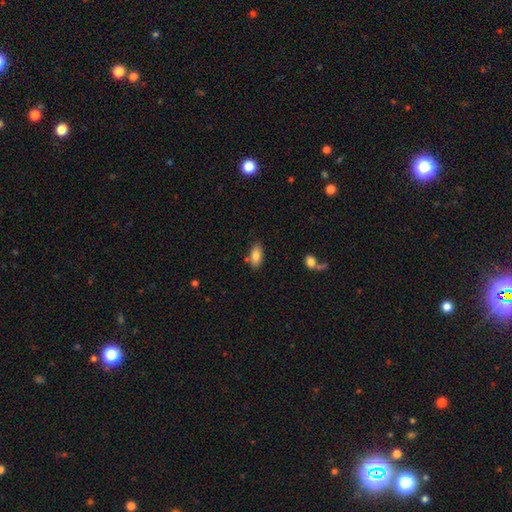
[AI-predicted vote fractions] Smooth or featured? smooth (82%)
How rounded? in between (90%)
Merging? none (77%)